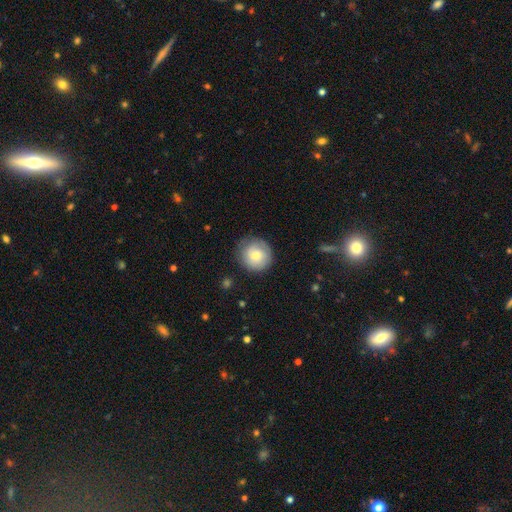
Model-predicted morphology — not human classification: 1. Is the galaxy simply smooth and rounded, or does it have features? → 70% smooth, 22% featured or disk, 7% star or artifact.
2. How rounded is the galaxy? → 90% round, 10% in between, 1% cigar-shaped.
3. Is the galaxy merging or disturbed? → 78% none, 16% minor disturbance, 4% major disturbance, 1% merger.